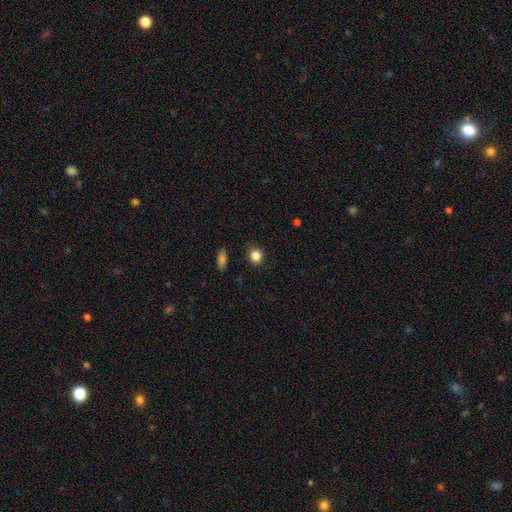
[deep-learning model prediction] Smooth or featured? smooth (85%)
How rounded? round (86%)
Merging? none (87%)